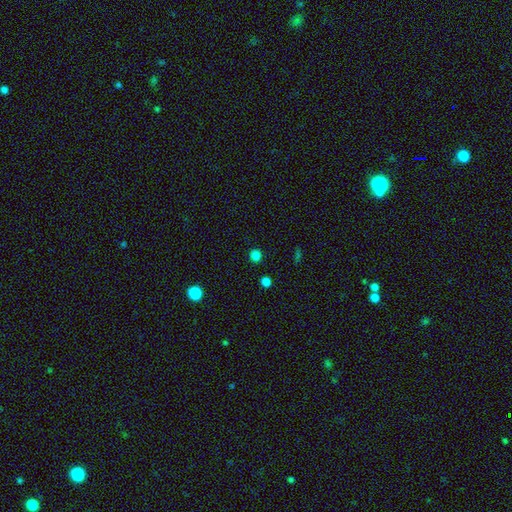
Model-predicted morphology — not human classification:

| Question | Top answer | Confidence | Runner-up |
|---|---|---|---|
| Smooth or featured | smooth | 81% | star or artifact (16%) |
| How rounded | round | 91% | in between (8%) |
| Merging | none | 91% | minor disturbance (5%) |